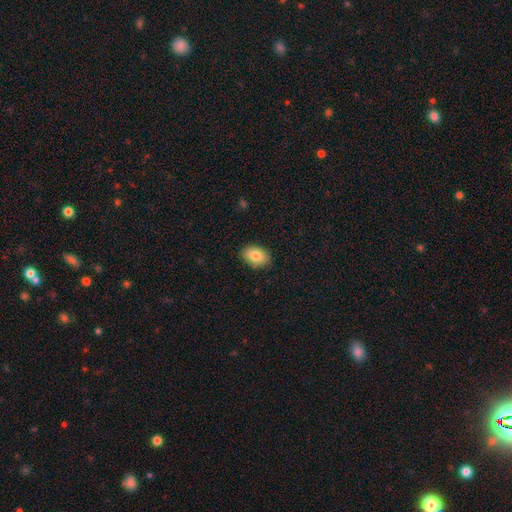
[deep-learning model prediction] smooth 84%, featured or disk 9%, star or artifact 7%. Down the decision tree: how rounded — in between (87%); merging — none (88%).